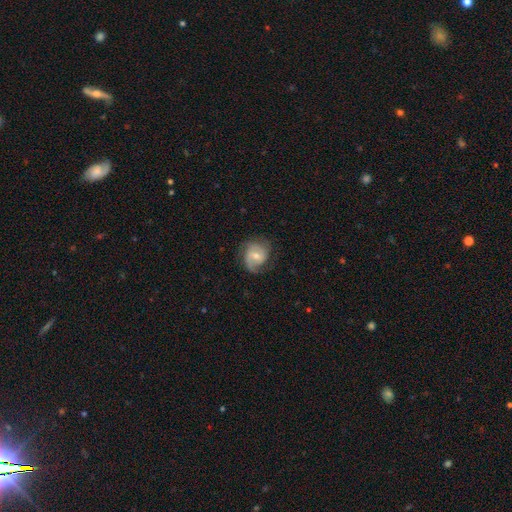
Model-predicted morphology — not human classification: Smooth or featured?
  - featured or disk: 68% *
  - smooth: 25%
  - star or artifact: 7%
Edge-on disk?
  - no: 97% *
  - yes: 3%
Bar?
  - no: 47% *
  - weak: 44%
  - strong: 10%
Spiral arms?
  - yes: 90% *
  - no: 10%
Spiral winding?
  - medium: 44% *
  - tight: 35%
  - loose: 22%
Spiral arm count?
  - 2: 59% *
  - 1: 18%
  - can't tell: 14%
  - 3: 6%
  - 4: 2%
  - more than 4: 2%
Bulge size?
  - moderate: 54% *
  - small: 40%
  - large: 3%
  - none: 2%
  - dominant: 1%
Merging?
  - none: 66% *
  - minor disturbance: 22%
  - major disturbance: 11%
  - merger: 1%